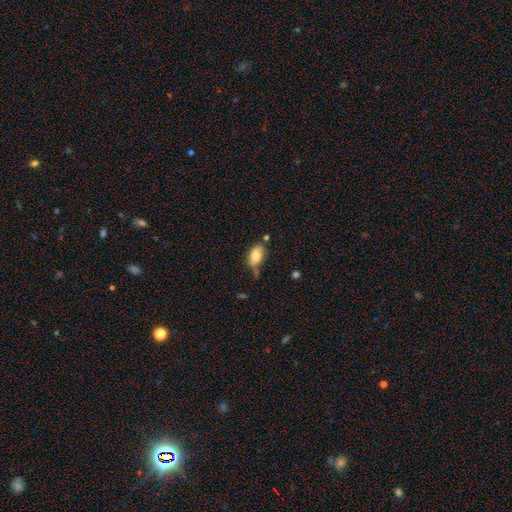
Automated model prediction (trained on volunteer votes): smooth_or_featured: smooth (p=0.80) [alt: featured or disk p=0.12]
how_rounded: in between (p=0.90) [alt: round p=0.07]
merging: none (p=0.51) [alt: minor disturbance p=0.29]